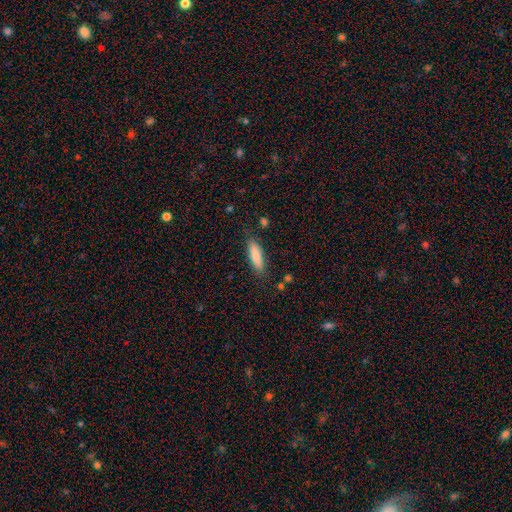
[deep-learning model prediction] Smooth or featured? smooth (82%)
How rounded? cigar-shaped (53%)
Merging? none (83%)